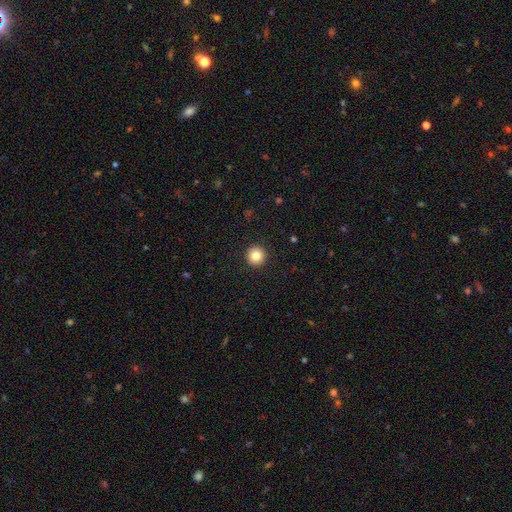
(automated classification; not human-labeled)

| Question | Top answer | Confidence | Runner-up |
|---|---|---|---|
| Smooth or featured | smooth | 83% | star or artifact (10%) |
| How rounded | round | 96% | in between (3%) |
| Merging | none | 93% | minor disturbance (4%) |